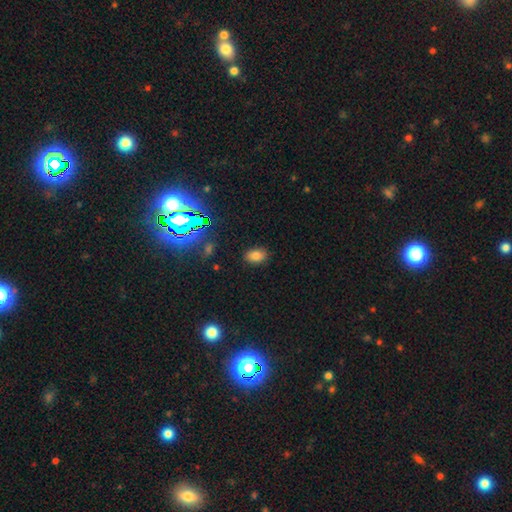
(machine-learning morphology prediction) Smooth or featured? smooth (77%)
How rounded? in between (83%)
Merging? none (86%)